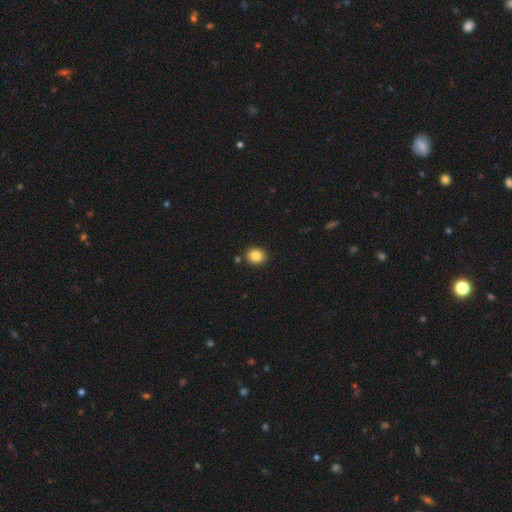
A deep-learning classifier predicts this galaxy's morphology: Q: Smooth or featured?
A: smooth (86%); runner-up: star or artifact (9%)
Q: How rounded?
A: round (64%); runner-up: in between (35%)
Q: Merging?
A: none (88%); runner-up: minor disturbance (7%)